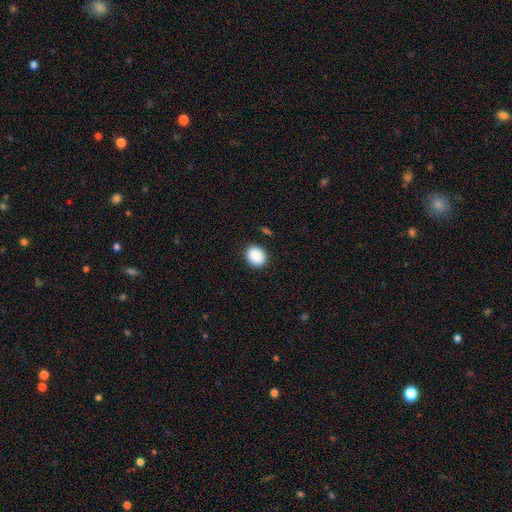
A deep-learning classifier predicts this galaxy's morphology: Smooth or featured: smooth — 90% (star or artifact — 7%)
How rounded: round — 54% (in between — 45%)
Merging: none — 89% (minor disturbance — 7%)